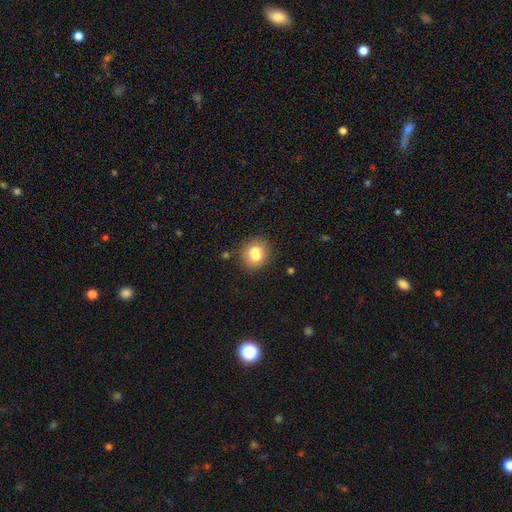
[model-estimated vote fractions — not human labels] Q: Smooth or featured?
A: smooth (72%); runner-up: featured or disk (18%)
Q: How rounded?
A: round (71%); runner-up: in between (28%)
Q: Merging?
A: none (55%); runner-up: merger (26%)